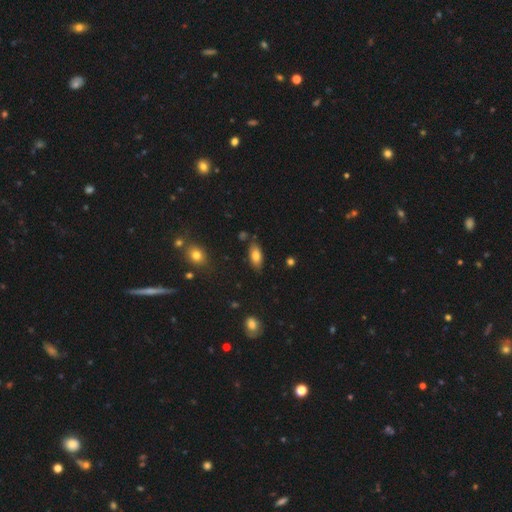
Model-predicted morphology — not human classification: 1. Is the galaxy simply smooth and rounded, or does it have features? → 79% smooth, 13% featured or disk, 8% star or artifact.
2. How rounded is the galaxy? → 87% in between, 9% cigar-shaped, 3% round.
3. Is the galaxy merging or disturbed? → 80% none, 14% minor disturbance, 3% merger, 3% major disturbance.